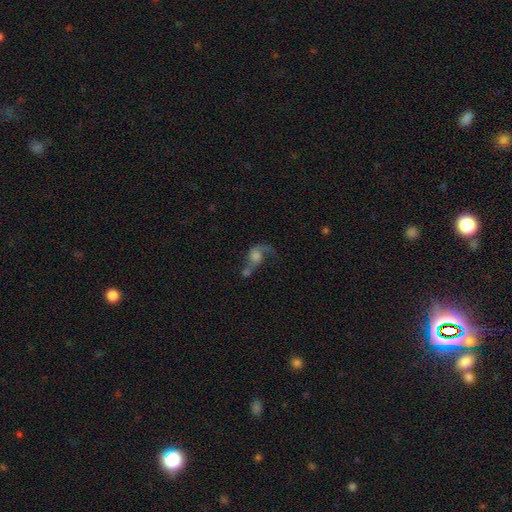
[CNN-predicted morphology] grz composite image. It shows a featured or disk galaxy (49%). Merging: merger (39%).